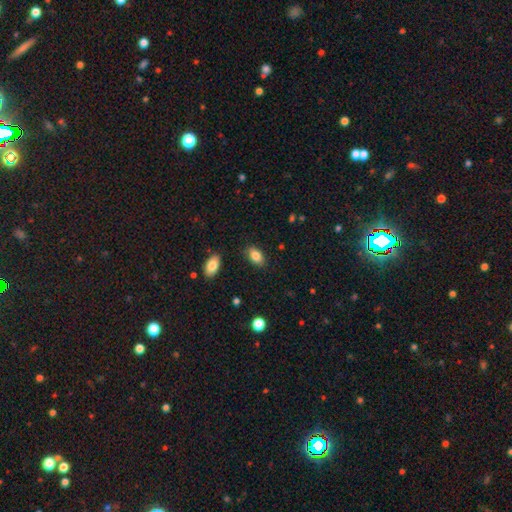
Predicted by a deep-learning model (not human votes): Smooth or featured?
  - smooth: 85% *
  - star or artifact: 8%
  - featured or disk: 7%
How rounded?
  - in between: 90% *
  - round: 8%
  - cigar-shaped: 2%
Merging?
  - none: 85% *
  - minor disturbance: 11%
  - major disturbance: 3%
  - merger: 2%